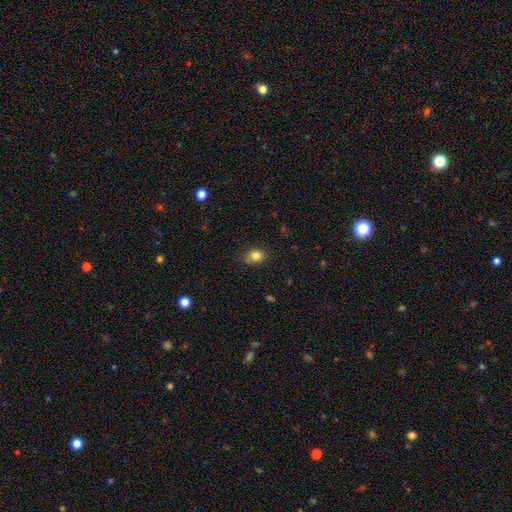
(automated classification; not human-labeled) This is clearly a smooth galaxy (82%). How rounded: possibly round (59%). Merging: likely none (74%).